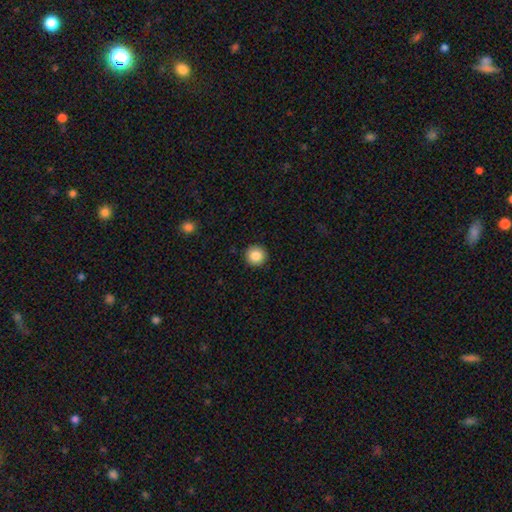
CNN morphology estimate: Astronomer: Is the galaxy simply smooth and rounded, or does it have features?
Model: smooth — 85%.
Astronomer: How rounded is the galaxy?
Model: round — 95%.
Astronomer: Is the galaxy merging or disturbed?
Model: none — 92%.